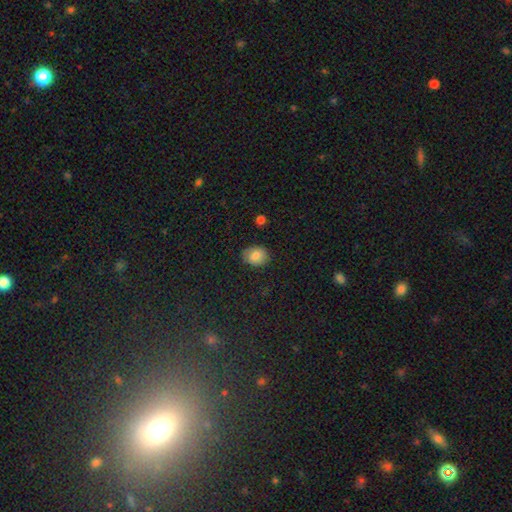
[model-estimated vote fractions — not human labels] Smooth or featured?
  - smooth: 82% *
  - star or artifact: 9%
  - featured or disk: 8%
How rounded?
  - in between: 52% *
  - round: 47%
  - cigar-shaped: 1%
Merging?
  - none: 83% *
  - minor disturbance: 13%
  - major disturbance: 3%
  - merger: 1%